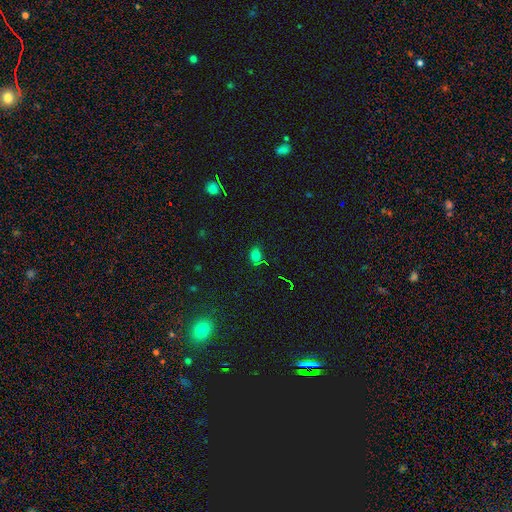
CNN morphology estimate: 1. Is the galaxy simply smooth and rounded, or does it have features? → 71% smooth, 22% star or artifact, 7% featured or disk.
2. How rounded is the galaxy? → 61% in between, 37% round, 2% cigar-shaped.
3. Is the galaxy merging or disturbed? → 76% none, 16% minor disturbance, 4% merger, 4% major disturbance.